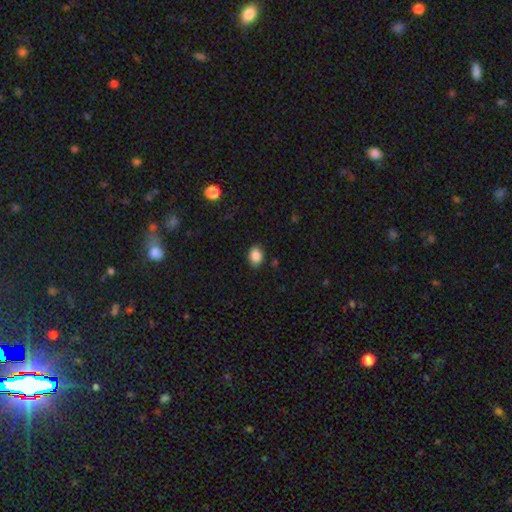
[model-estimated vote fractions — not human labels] Smooth or featured?
  - smooth: 86% *
  - star or artifact: 9%
  - featured or disk: 5%
How rounded?
  - in between: 69% *
  - round: 30%
  - cigar-shaped: 1%
Merging?
  - none: 86% *
  - minor disturbance: 10%
  - major disturbance: 2%
  - merger: 1%